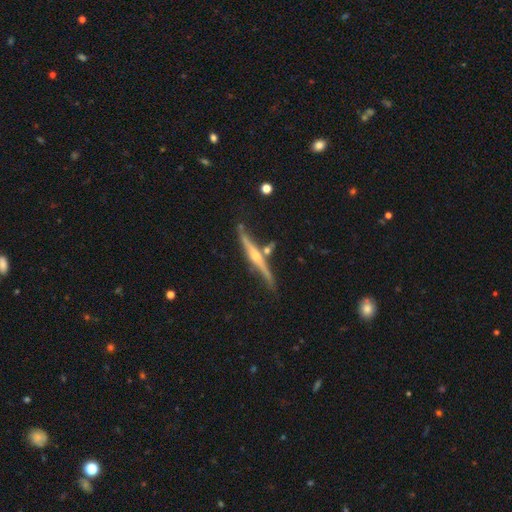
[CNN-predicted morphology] Smooth or featured: featured or disk — 81% (smooth — 13%)
Edge-on disk: yes — 98% (no — 2%)
Edge-on bulge: rounded — 86% (none — 9%)
Merging: none — 76% (minor disturbance — 13%)